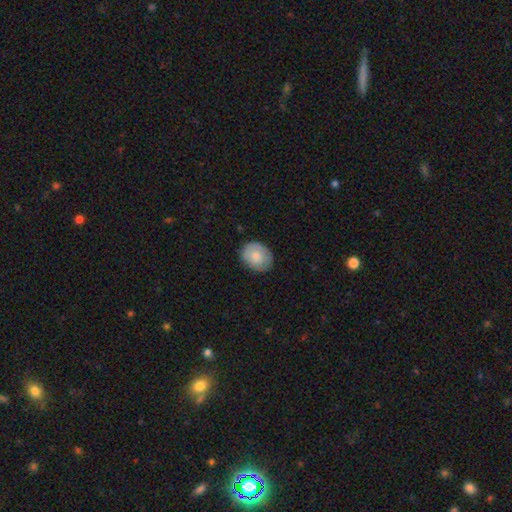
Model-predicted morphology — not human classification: Smooth or featured? smooth (75%)
How rounded? in between (54%)
Merging? none (81%)